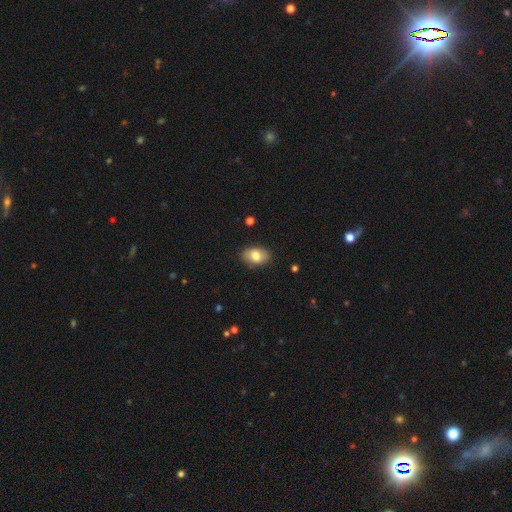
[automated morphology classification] This appears to be a smooth galaxy with no disk features (81%) that is in between round and cigar-shaped (86%). Merging: none (85%).